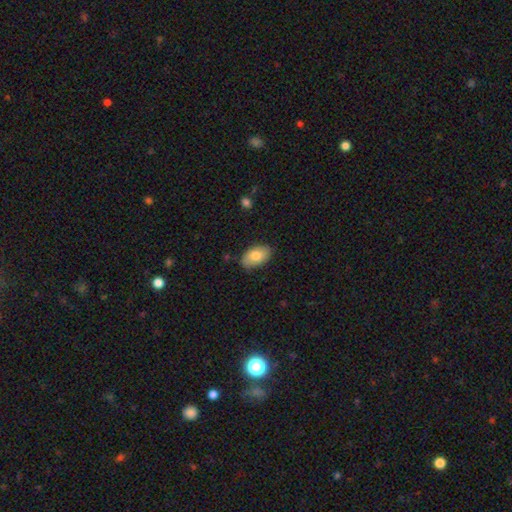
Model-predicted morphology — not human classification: This appears to be a smooth galaxy with no disk features (80%) that is in between round and cigar-shaped (93%). Merging: none (77%).